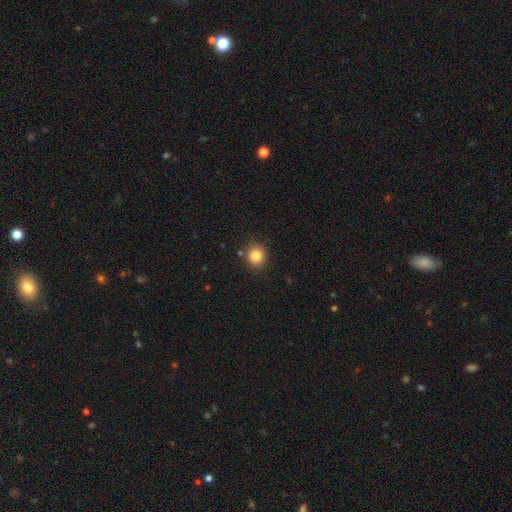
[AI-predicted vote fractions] smooth 84%, star or artifact 11%, featured or disk 5%. Down the decision tree: how rounded — round (86%); merging — none (86%).